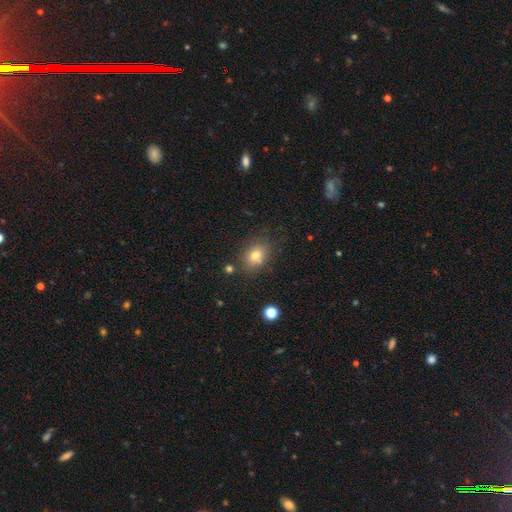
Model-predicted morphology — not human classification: The model was most divided on "how rounded": in between: 61%, round: 38%, cigar-shaped: 1%. More confident: merging — none (76%); smooth or featured — smooth (76%).